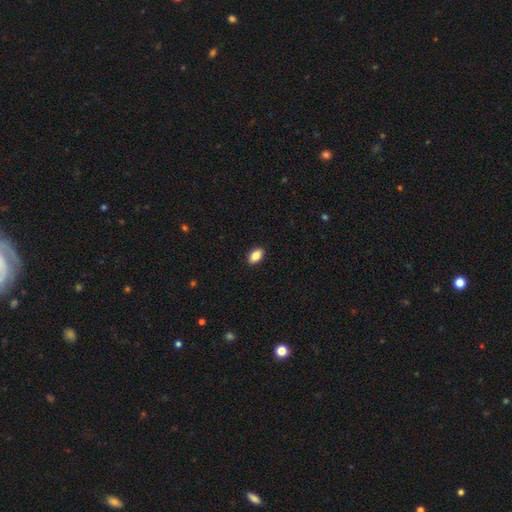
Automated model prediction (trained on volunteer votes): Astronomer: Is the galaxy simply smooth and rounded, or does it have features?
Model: smooth — 87%.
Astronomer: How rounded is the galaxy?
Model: in between — 91%.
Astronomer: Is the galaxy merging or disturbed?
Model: none — 90%.